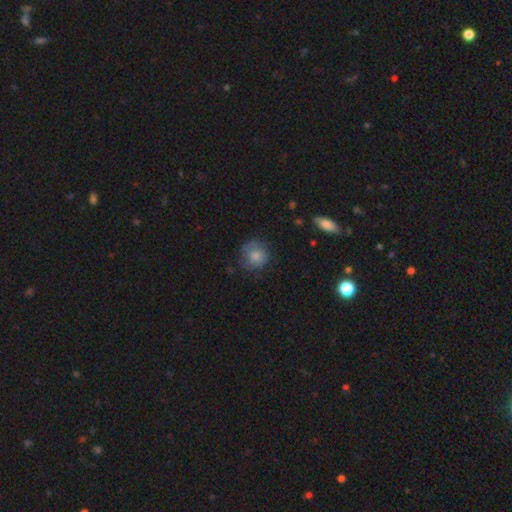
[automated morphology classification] Q: Smooth or featured?
A: smooth (76%); runner-up: featured or disk (16%)
Q: How rounded?
A: round (88%); runner-up: in between (11%)
Q: Merging?
A: none (68%); runner-up: minor disturbance (22%)